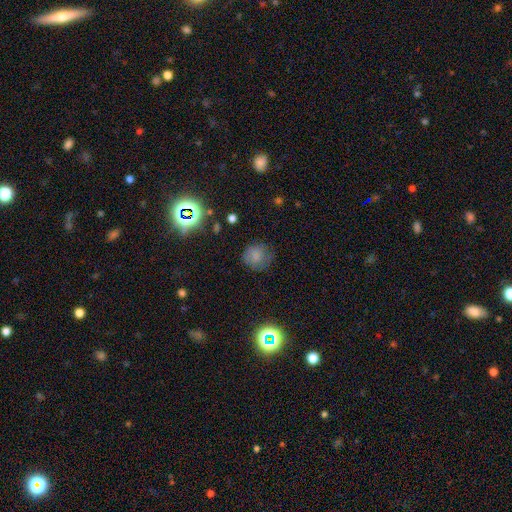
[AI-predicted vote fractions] Smooth or featured? Predicted: smooth (p=0.70). How rounded? Predicted: round (p=0.84). Merging? Predicted: none (p=0.69).